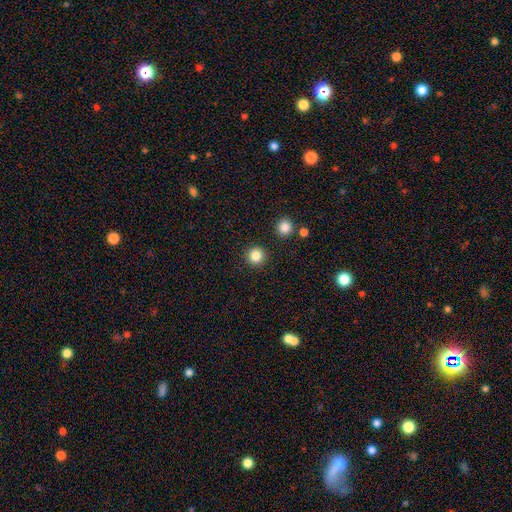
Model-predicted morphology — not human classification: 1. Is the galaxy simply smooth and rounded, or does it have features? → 85% smooth, 11% star or artifact, 4% featured or disk.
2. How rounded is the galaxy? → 95% round, 4% in between, 1% cigar-shaped.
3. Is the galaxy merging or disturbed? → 92% none, 4% minor disturbance, 2% major disturbance, 2% merger.